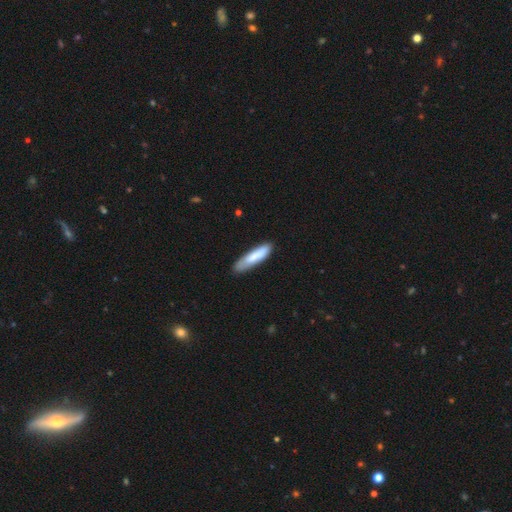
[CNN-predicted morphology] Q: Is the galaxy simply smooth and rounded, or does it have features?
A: smooth — 79%.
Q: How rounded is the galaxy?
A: cigar-shaped — 78%.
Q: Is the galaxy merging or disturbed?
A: none — 77%.